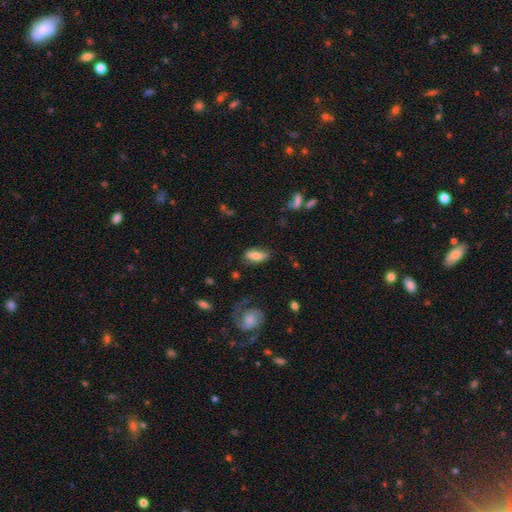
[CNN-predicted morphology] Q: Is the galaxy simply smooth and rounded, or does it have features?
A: smooth — 73%.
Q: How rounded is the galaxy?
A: in between — 74%.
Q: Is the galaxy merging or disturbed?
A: none — 74%.